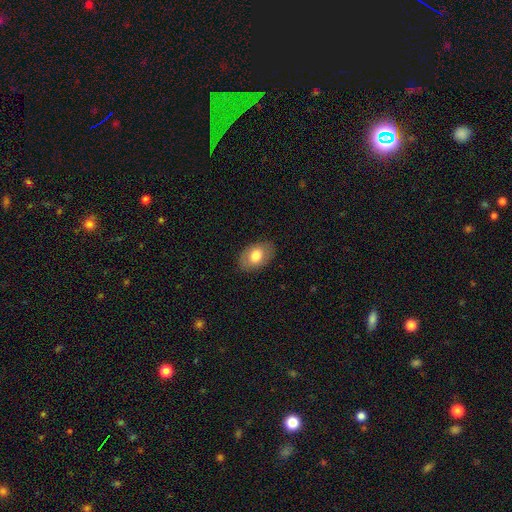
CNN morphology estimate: Smooth or featured? smooth (75%)
How rounded? in between (87%)
Merging? none (85%)